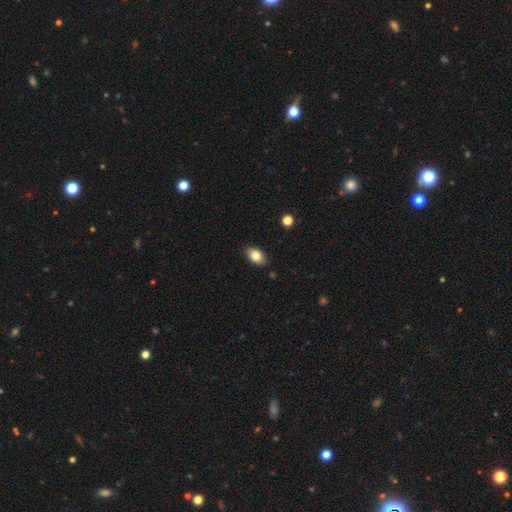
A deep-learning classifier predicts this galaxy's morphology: Smooth or featured? Predicted: smooth (p=0.81). How rounded? Predicted: in between (p=0.90). Merging? Predicted: none (p=0.86).